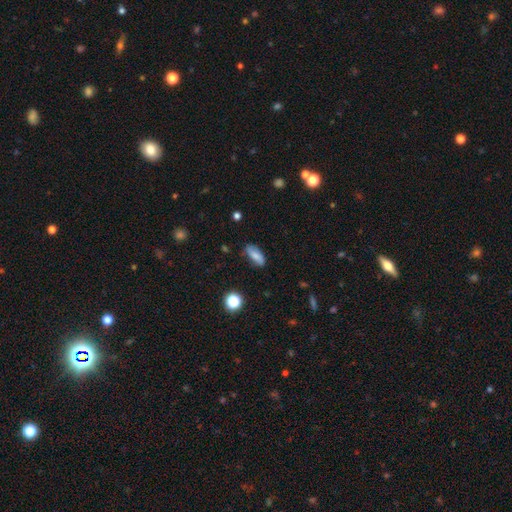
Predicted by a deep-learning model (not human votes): A smooth galaxy with no disk features (72%) that is in between round and cigar-shaped (74%).

Vote fractions:
- Smooth or featured? smooth: 72% / featured or disk: 19% / star or artifact: 9%
- How rounded? in between: 74% / cigar-shaped: 21% / round: 4%
- Merging? none: 76% / minor disturbance: 19% / major disturbance: 4% / merger: 2%